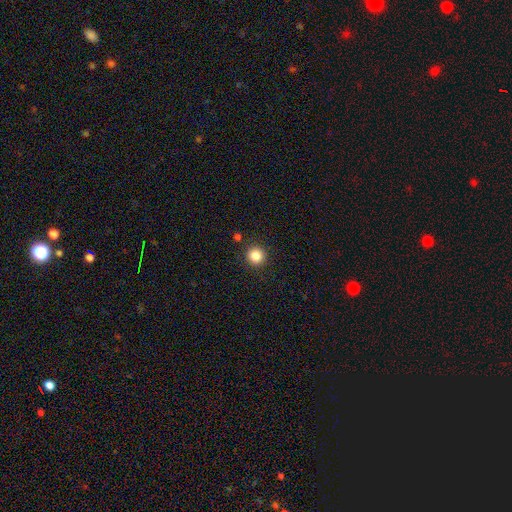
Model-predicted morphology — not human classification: smooth_or_featured: smooth (p=0.85) [alt: star or artifact p=0.11]
how_rounded: round (p=0.94) [alt: in between p=0.05]
merging: none (p=0.90) [alt: minor disturbance p=0.06]